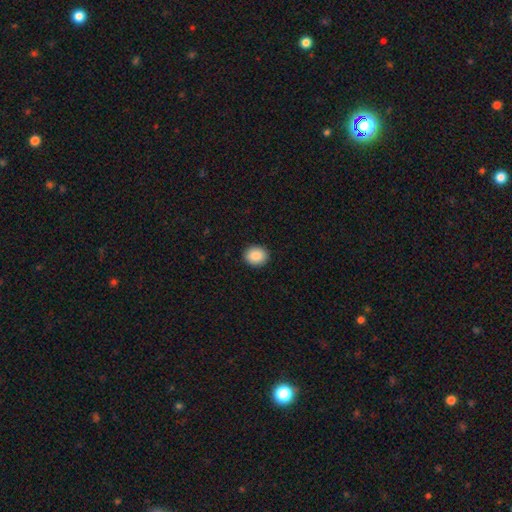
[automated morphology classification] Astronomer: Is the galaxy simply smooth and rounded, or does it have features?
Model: smooth — 88%.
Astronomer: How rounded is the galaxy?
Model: round — 61% (runner-up: in between, 38%).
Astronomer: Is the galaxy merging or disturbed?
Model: none — 91%.